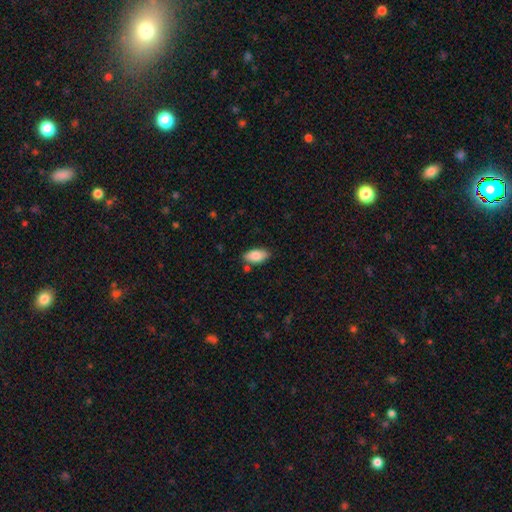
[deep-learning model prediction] Smooth or featured? Predicted: smooth (p=0.84). How rounded? Predicted: in between (p=0.92). Merging? Predicted: none (p=0.81).